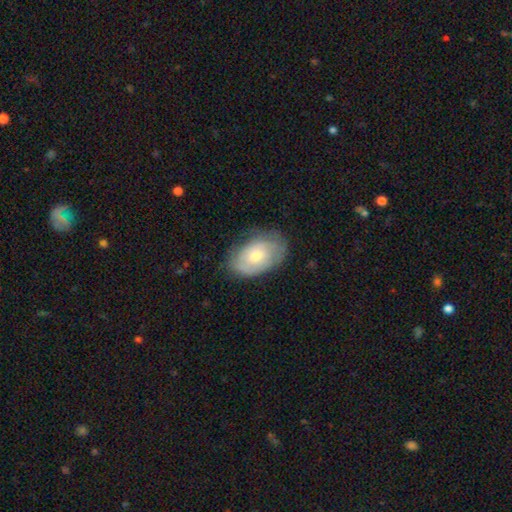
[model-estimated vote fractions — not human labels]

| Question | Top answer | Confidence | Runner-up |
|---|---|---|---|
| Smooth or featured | smooth | 51% | featured or disk (42%) |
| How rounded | in between | 87% | round (12%) |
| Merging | none | 69% | minor disturbance (23%) |